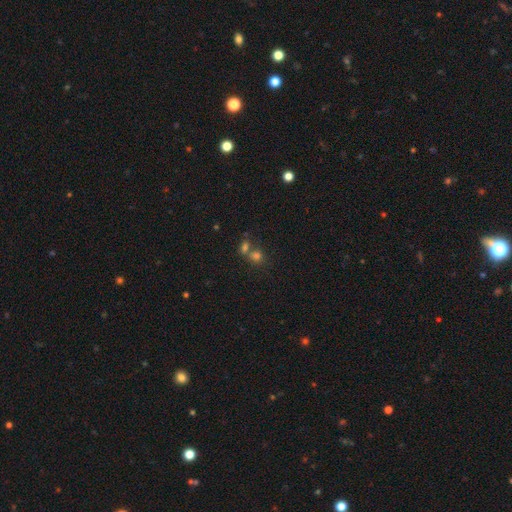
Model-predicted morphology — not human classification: Smooth or featured? smooth (65%)
How rounded? round (79%)
Merging? none (45%, tied with merger)